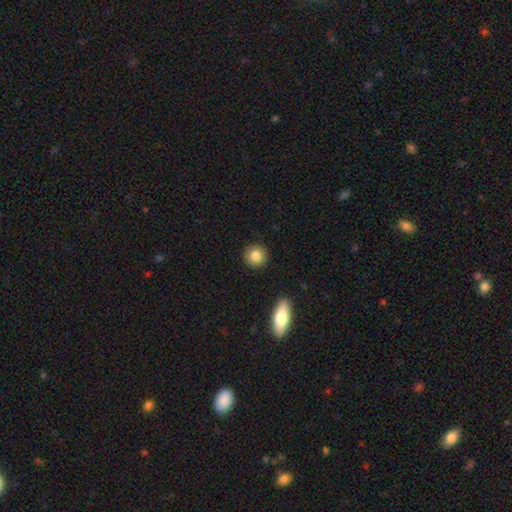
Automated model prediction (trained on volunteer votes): Q: Smooth or featured?
A: smooth (84%); runner-up: star or artifact (8%)
Q: How rounded?
A: round (92%); runner-up: in between (7%)
Q: Merging?
A: none (91%); runner-up: minor disturbance (6%)